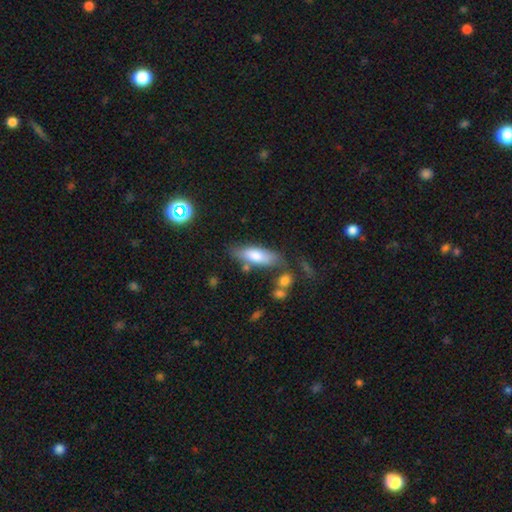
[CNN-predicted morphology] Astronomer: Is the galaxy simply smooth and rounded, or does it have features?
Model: smooth — 76%.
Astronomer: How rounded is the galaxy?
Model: in between — 62%.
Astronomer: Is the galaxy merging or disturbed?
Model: none — 69%.